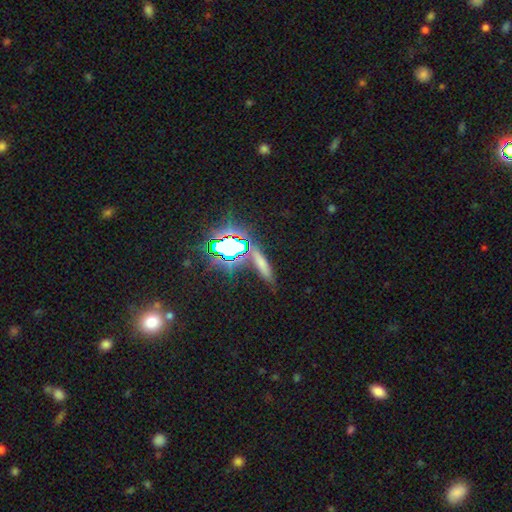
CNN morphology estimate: Smooth or featured? Predicted: star or artifact (p=0.51).